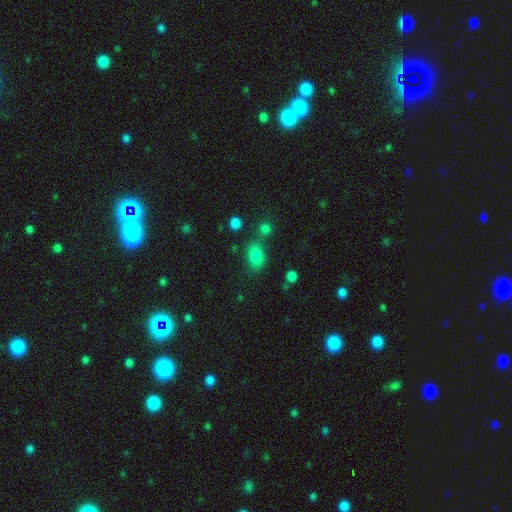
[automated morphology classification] Q: Smooth or featured?
A: smooth (82%); runner-up: star or artifact (12%)
Q: How rounded?
A: in between (76%); runner-up: round (23%)
Q: Merging?
A: none (67%); runner-up: minor disturbance (15%)